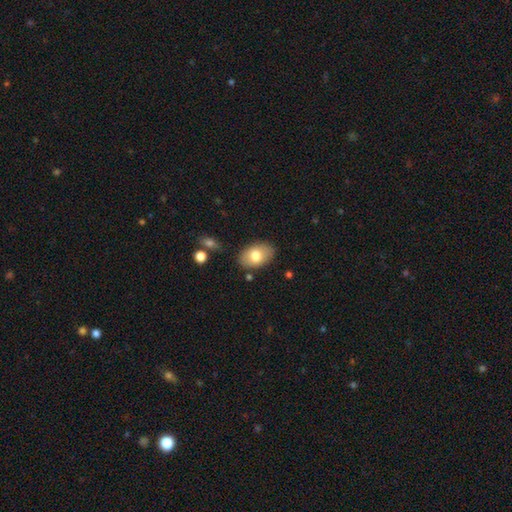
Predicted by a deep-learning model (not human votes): Morphology: type=smooth (74%); roundness=in between (90%); merging=none (84%).